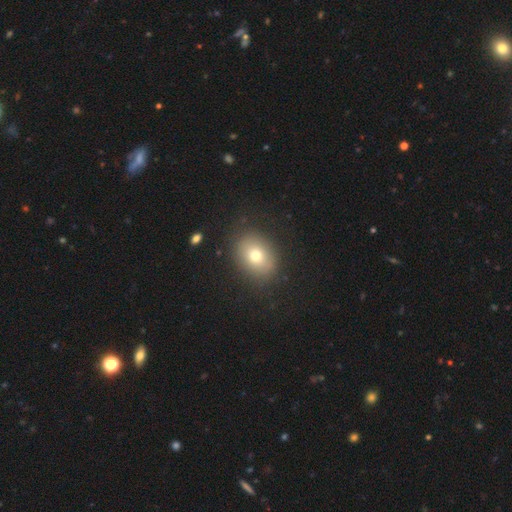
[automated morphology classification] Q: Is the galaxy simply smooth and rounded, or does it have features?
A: smooth — 73%.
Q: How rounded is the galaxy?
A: in between — 60%.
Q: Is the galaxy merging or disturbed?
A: none — 85%.